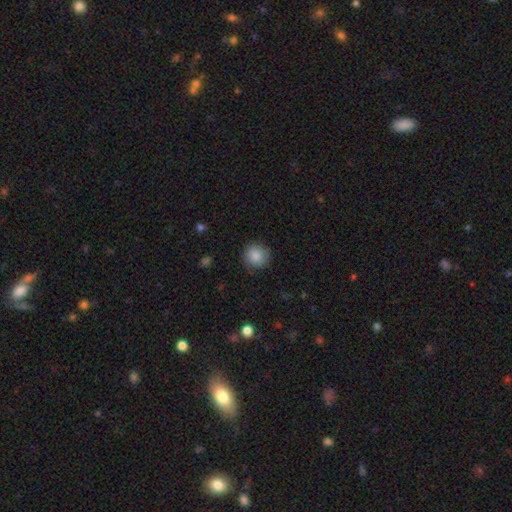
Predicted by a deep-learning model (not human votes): Smooth or featured? smooth (86%)
How rounded? round (93%)
Merging? none (87%)